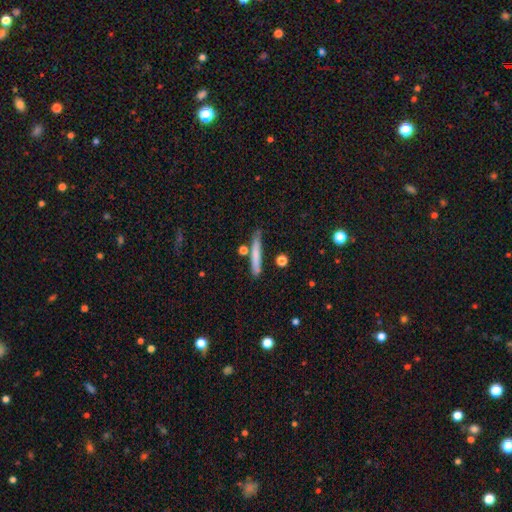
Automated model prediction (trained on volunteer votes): The model was most divided on "smooth or featured": smooth: 71%, featured or disk: 21%, star or artifact: 7%. More confident: how rounded — cigar-shaped (93%); merging — none (75%).